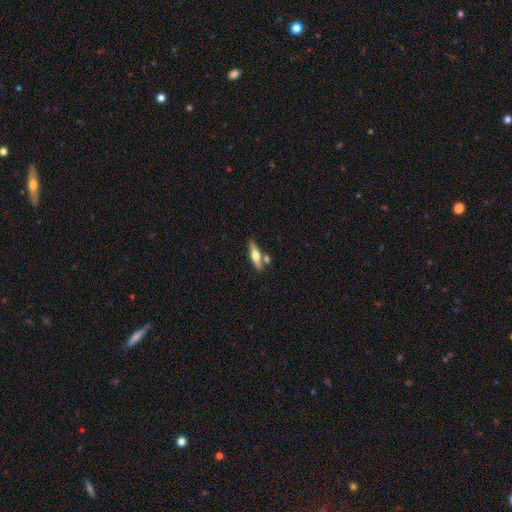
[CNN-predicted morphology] smooth-or-featured: featured or disk: 48% | smooth: 46% | star or artifact: 6%
  merging: none: 71% | merger: 15% | minor disturbance: 11% | major disturbance: 3%